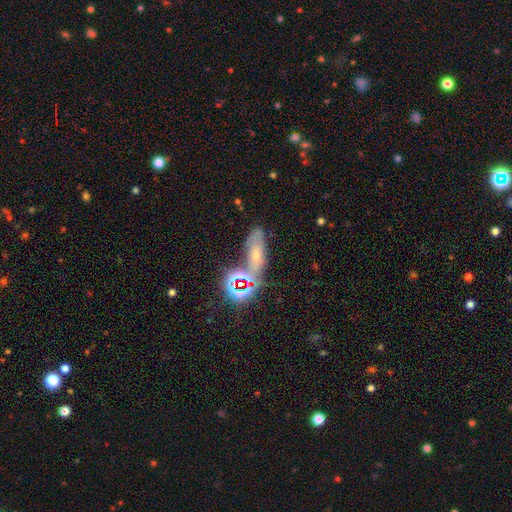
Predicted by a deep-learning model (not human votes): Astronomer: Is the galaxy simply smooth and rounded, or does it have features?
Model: smooth — 45% (runner-up: star or artifact, 34%).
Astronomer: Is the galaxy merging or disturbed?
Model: none — 49%.